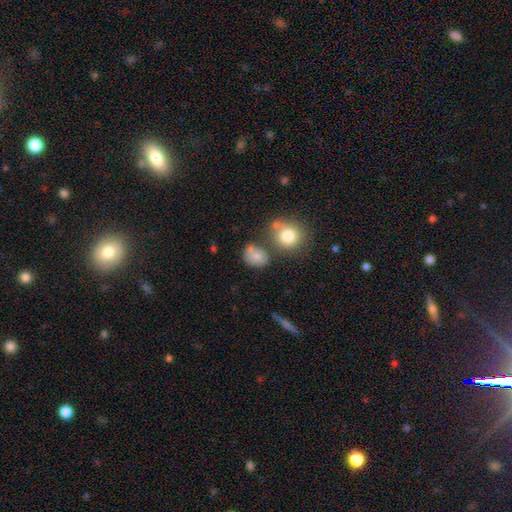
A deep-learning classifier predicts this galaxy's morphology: Overall: smooth (76%). How rounded: round (61%; in between 37%). Merging: none (53%; merger 21%).